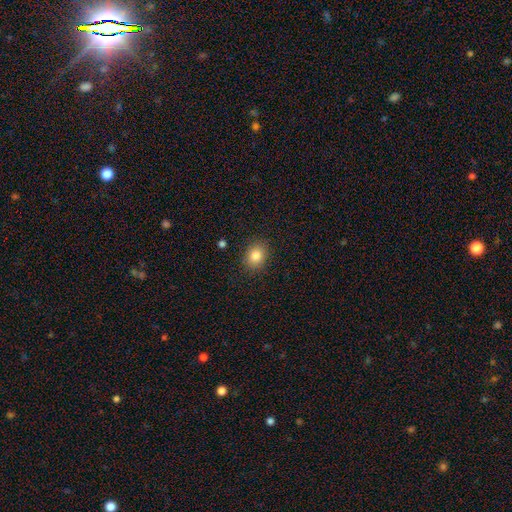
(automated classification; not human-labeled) Smooth or featured? smooth (84%)
How rounded? round (54%)
Merging? none (87%)